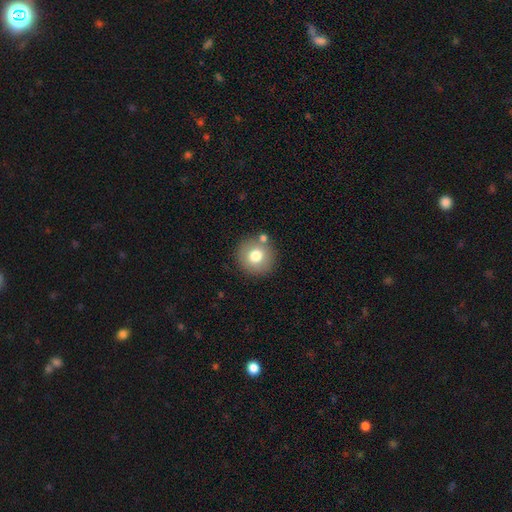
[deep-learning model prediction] smooth_or_featured: smooth (p=0.74) [alt: featured or disk p=0.15]
how_rounded: round (p=0.93) [alt: in between p=0.06]
merging: none (p=0.80) [alt: minor disturbance p=0.09]